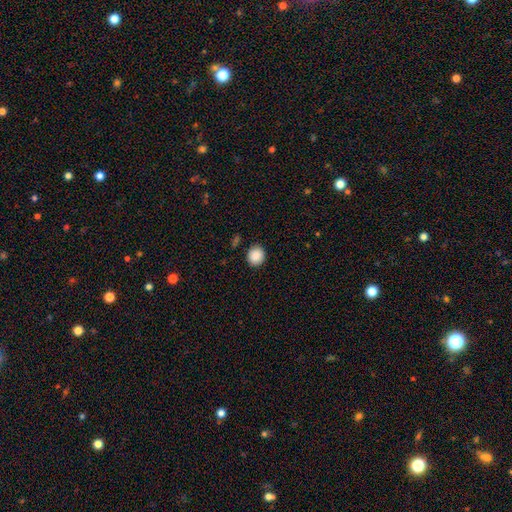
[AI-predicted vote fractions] smooth-or-featured: smooth: 89% | star or artifact: 8% | featured or disk: 3%
  how-rounded: round: 83% | in between: 16% | cigar-shaped: 1%
  merging: none: 89% | minor disturbance: 7% | major disturbance: 2% | merger: 2%